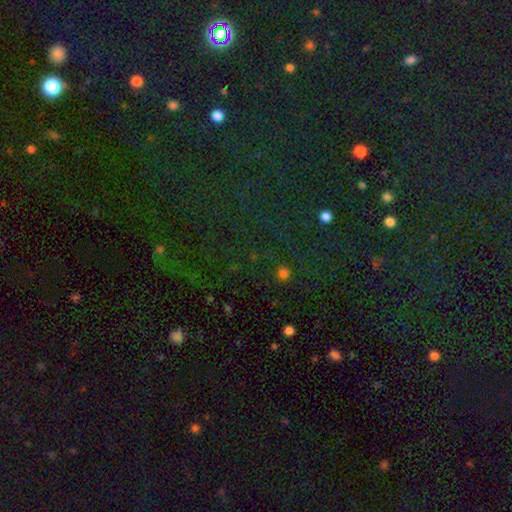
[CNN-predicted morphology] Smooth or featured? Predicted: star or artifact (p=0.75).